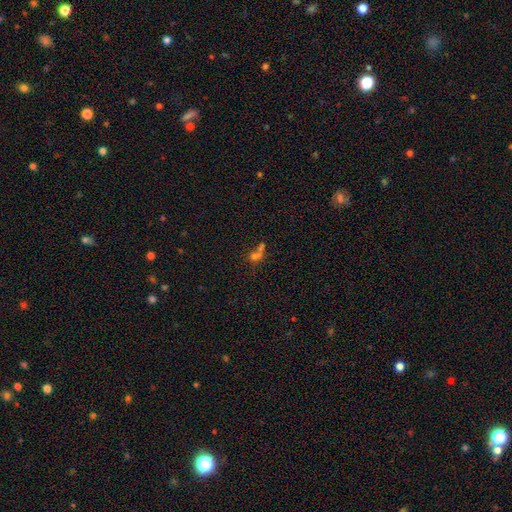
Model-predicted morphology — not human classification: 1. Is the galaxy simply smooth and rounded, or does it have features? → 50% smooth, 32% star or artifact, 19% featured or disk.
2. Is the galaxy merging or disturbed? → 44% merger, 40% none, 9% minor disturbance, 7% major disturbance.